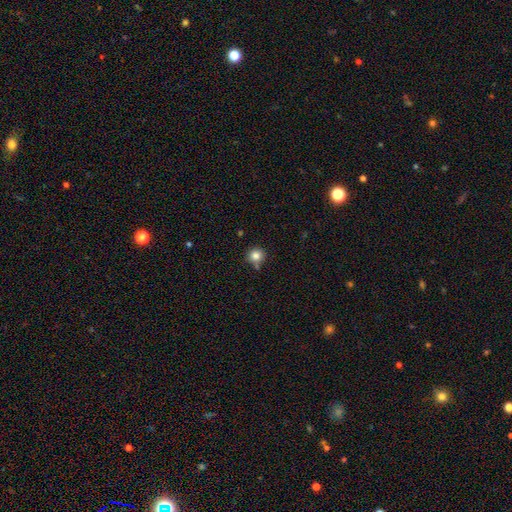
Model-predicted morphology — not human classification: smooth-or-featured: smooth: 83% | star or artifact: 11% | featured or disk: 6%
  how-rounded: round: 93% | in between: 6% | cigar-shaped: 1%
  merging: none: 76% | minor disturbance: 11% | merger: 10% | major disturbance: 3%